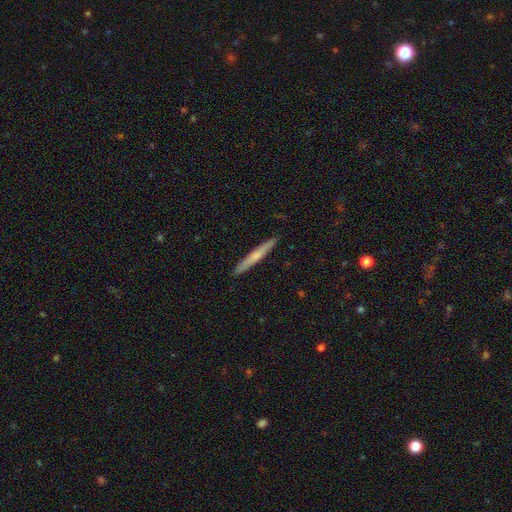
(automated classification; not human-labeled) smooth 54%, featured or disk 40%, star or artifact 5%. Down the decision tree: how rounded — cigar-shaped (96%); merging — none (92%).